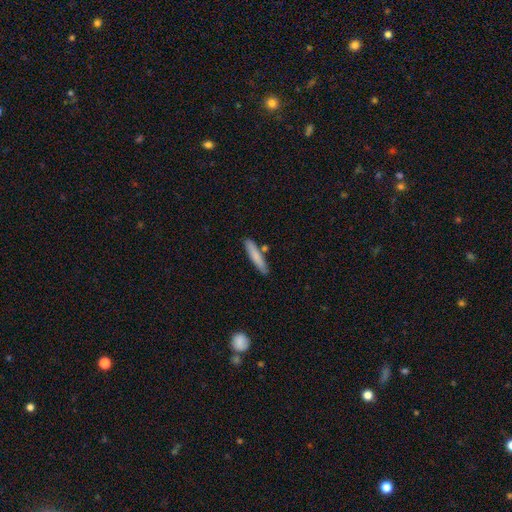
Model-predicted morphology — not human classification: Q: Smooth or featured?
A: smooth (78%); runner-up: featured or disk (16%)
Q: How rounded?
A: cigar-shaped (90%); runner-up: in between (8%)
Q: Merging?
A: none (81%); runner-up: minor disturbance (11%)